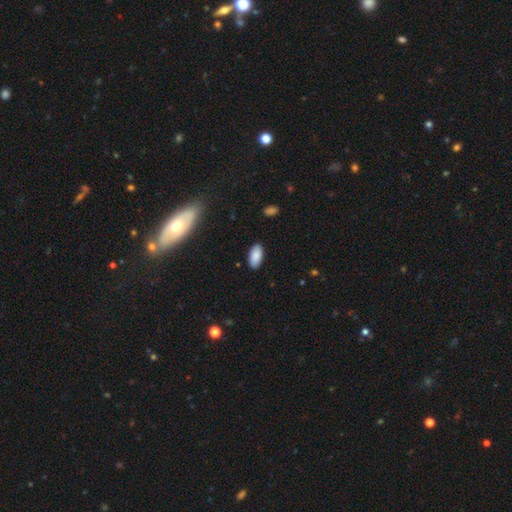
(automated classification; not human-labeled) Overall: smooth (87%). How rounded: in between (94%). Merging: none (88%).